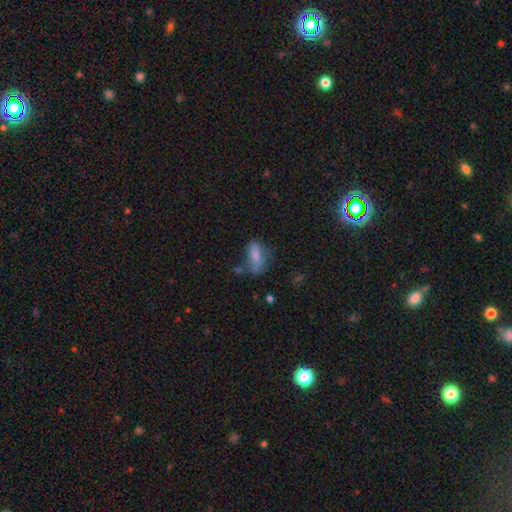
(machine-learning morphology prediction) This is likely a smooth galaxy (76%). How rounded: clearly in between (82%). Merging: possibly none (46%).